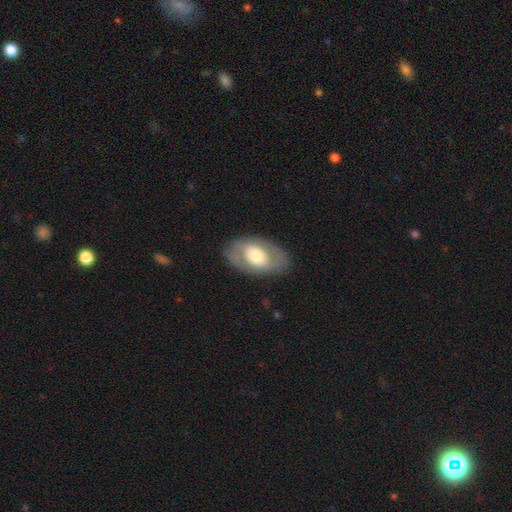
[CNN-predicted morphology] smooth-or-featured: featured or disk: 55% | smooth: 40% | star or artifact: 5%
  disk-edge-on: no: 92% | yes: 8%
    bar: no: 68% | weak: 22% | strong: 9%
    has-spiral-arms: no: 59% | yes: 41%
    bulge-size: moderate: 58% | large: 26% | small: 12% | dominant: 2% | none: 1%
  merging: none: 81% | minor disturbance: 12% | major disturbance: 6% | merger: 1%